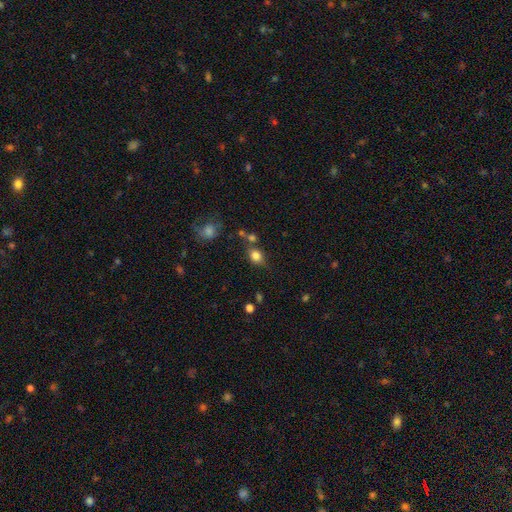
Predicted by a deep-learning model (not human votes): The model was most divided on "how rounded": round: 52%, in between: 47%, cigar-shaped: 1%. More confident: smooth or featured — smooth (81%); merging — none (65%).